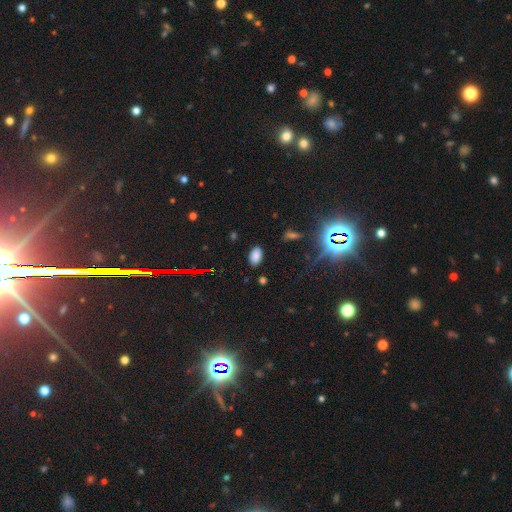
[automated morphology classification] A smooth galaxy with no disk features (79%) that is in between round and cigar-shaped (94%).

Vote fractions:
- Smooth or featured? smooth: 79% / star or artifact: 16% / featured or disk: 5%
- How rounded? in between: 94% / round: 5% / cigar-shaped: 2%
- Merging? none: 86% / minor disturbance: 10% / major disturbance: 3% / merger: 1%